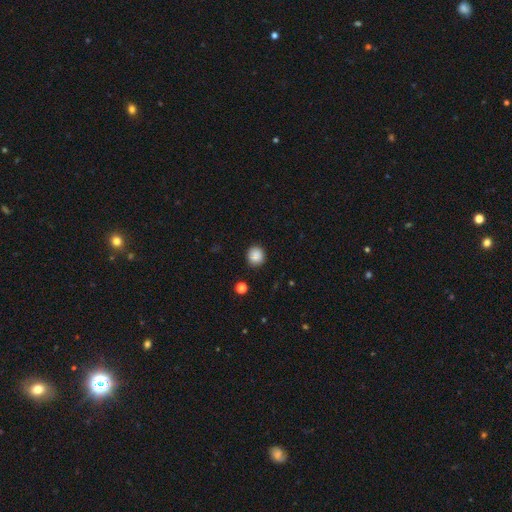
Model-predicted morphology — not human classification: Q: Smooth or featured?
A: smooth (88%); runner-up: star or artifact (9%)
Q: How rounded?
A: round (90%); runner-up: in between (9%)
Q: Merging?
A: none (90%); runner-up: minor disturbance (7%)